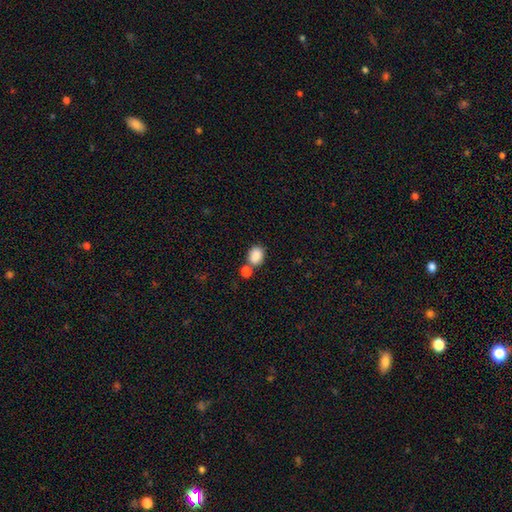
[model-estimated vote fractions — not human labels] A smooth galaxy with no disk features (87%) that is in between round and cigar-shaped (62%). Merging: none (59%).